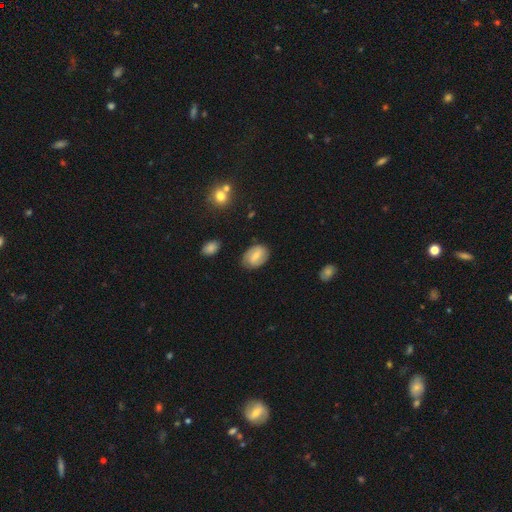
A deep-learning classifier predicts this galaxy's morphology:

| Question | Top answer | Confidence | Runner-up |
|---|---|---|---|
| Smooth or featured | smooth | 51% | featured or disk (41%) |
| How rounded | in between | 81% | round (17%) |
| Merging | none | 79% | minor disturbance (15%) |